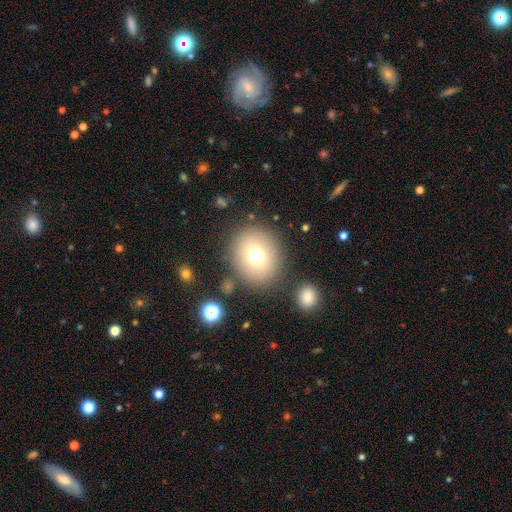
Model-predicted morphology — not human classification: This appears to be a smooth galaxy with no disk features (72%) that is round (79%). Merging: none (81%).